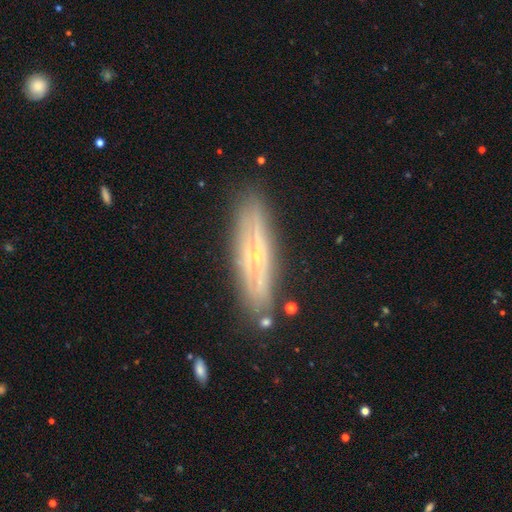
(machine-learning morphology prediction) smooth_or_featured: featured or disk (p=0.73) [alt: smooth p=0.19]
disk_edge_on: yes (p=0.80) [alt: no p=0.20]
edge_on_bulge: rounded (p=0.68) [alt: none p=0.27]
merging: none (p=0.83) [alt: minor disturbance p=0.12]